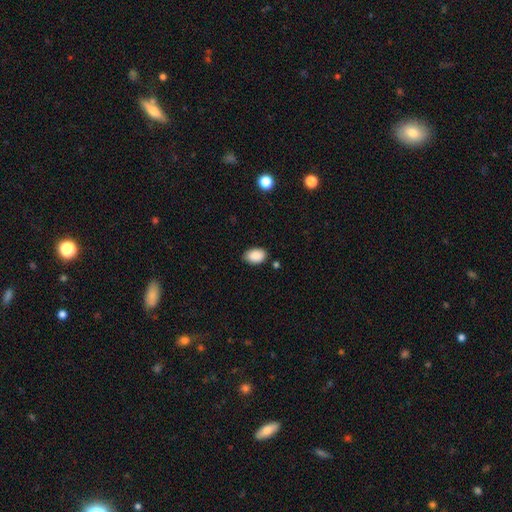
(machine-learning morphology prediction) Smooth or featured? smooth (90%)
How rounded? in between (88%)
Merging? none (81%)